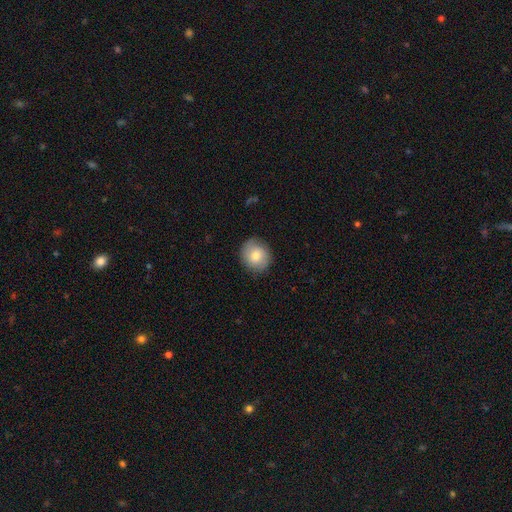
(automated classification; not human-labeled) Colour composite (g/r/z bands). It shows a smooth galaxy with no disk features (74%) that is round (83%). Merging: none (84%).